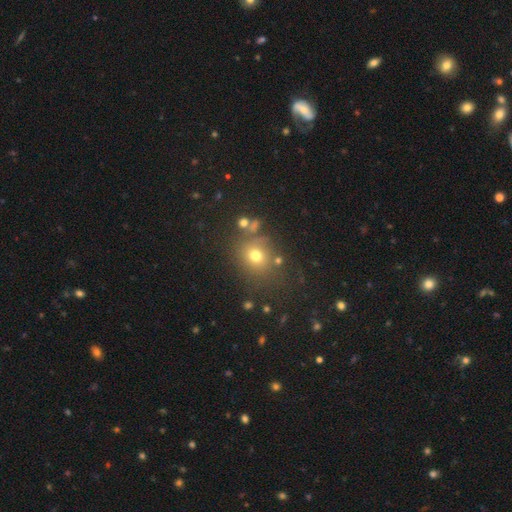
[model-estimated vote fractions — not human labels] This is likely a smooth galaxy (70%). How rounded: likely round (78%). Merging: likely none (73%).